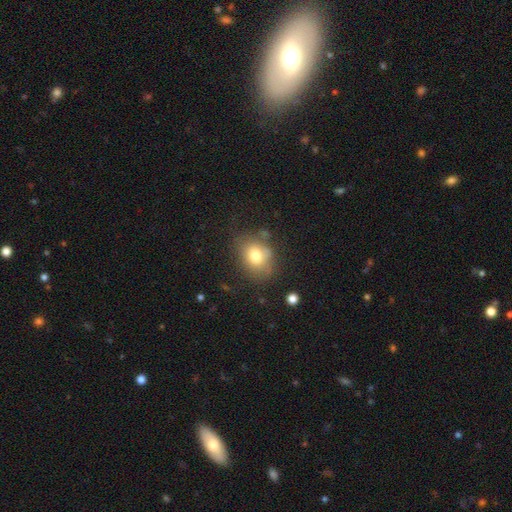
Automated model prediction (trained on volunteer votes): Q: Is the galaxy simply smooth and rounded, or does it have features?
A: smooth — 75%.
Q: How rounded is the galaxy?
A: in between — 52%.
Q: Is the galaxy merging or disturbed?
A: none — 60%.